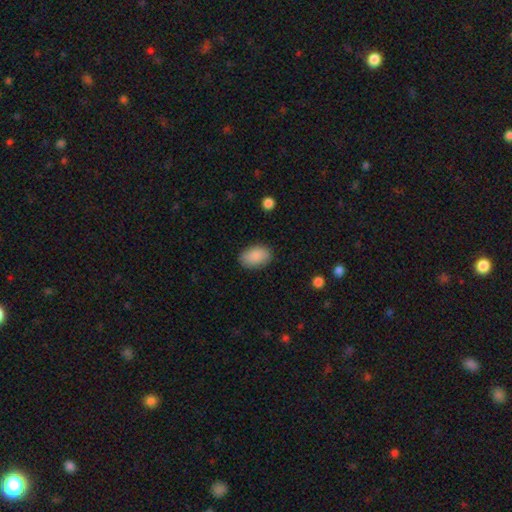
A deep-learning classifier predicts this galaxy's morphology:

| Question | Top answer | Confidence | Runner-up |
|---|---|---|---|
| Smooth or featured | smooth | 89% | star or artifact (7%) |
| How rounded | in between | 90% | round (8%) |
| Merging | none | 85% | minor disturbance (11%) |